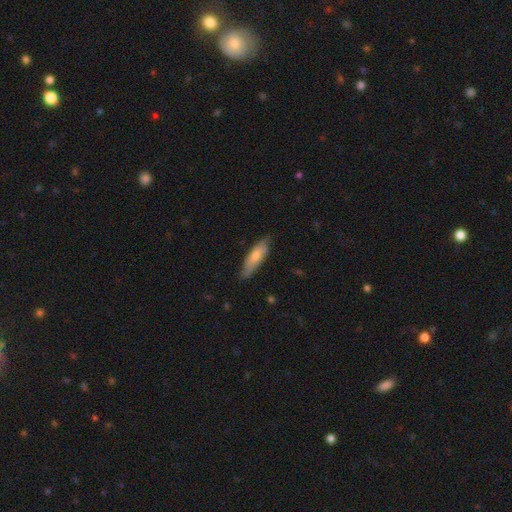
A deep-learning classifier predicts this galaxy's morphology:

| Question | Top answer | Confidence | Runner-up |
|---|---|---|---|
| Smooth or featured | smooth | 70% | featured or disk (25%) |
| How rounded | cigar-shaped | 52% | in between (47%) |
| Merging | none | 74% | minor disturbance (21%) |